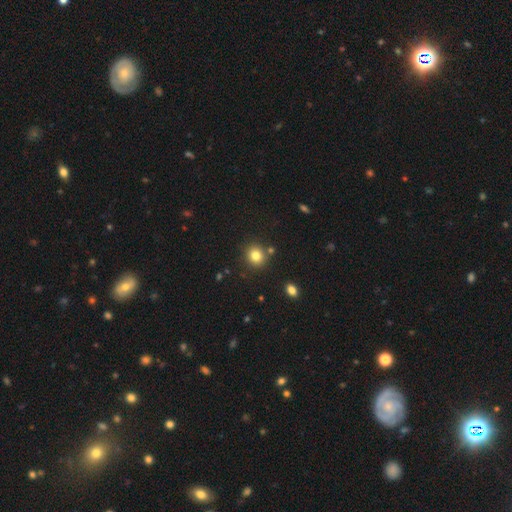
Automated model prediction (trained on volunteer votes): Smooth or featured? smooth (81%)
How rounded? round (85%)
Merging? none (83%)